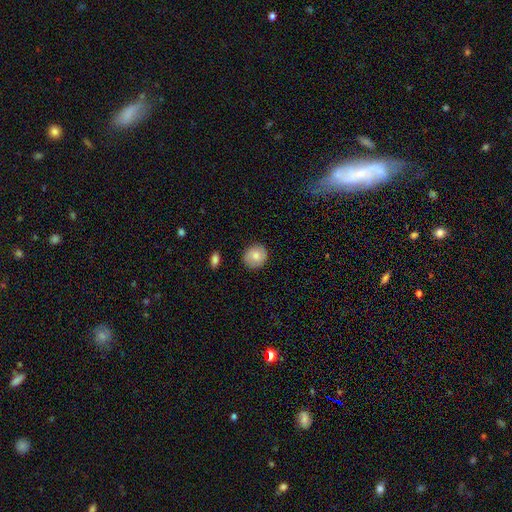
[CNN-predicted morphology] smooth_or_featured: smooth (p=0.79) [alt: featured or disk p=0.14]
how_rounded: round (p=0.80) [alt: in between p=0.19]
merging: none (p=0.87) [alt: minor disturbance p=0.10]